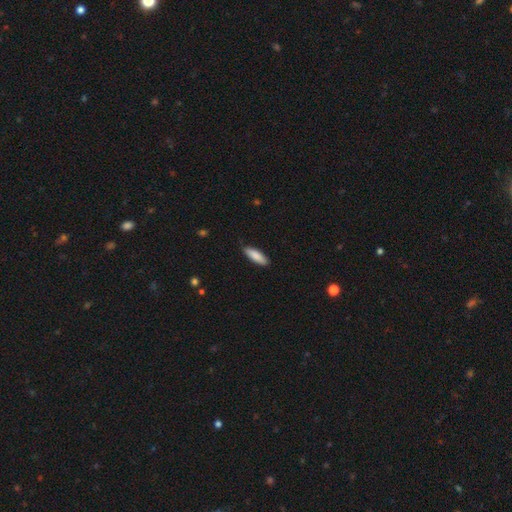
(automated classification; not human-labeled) smooth_or_featured: smooth (p=0.87) [alt: featured or disk p=0.08]
how_rounded: cigar-shaped (p=0.51) [alt: in between p=0.48]
merging: none (p=0.85) [alt: minor disturbance p=0.12]